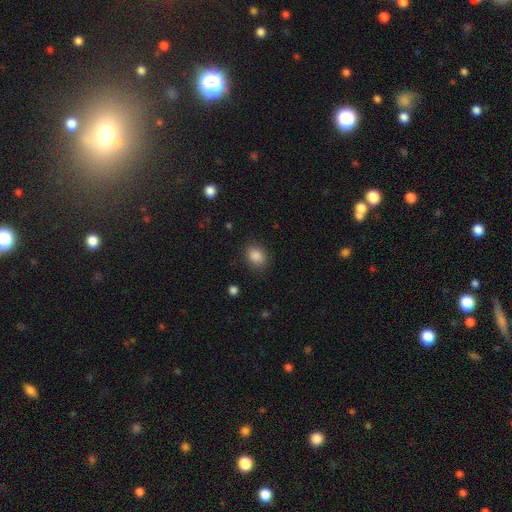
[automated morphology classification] smooth_or_featured: smooth (p=0.87) [alt: star or artifact p=0.09]
how_rounded: in between (p=0.59) [alt: round p=0.39]
merging: none (p=0.83) [alt: minor disturbance p=0.12]